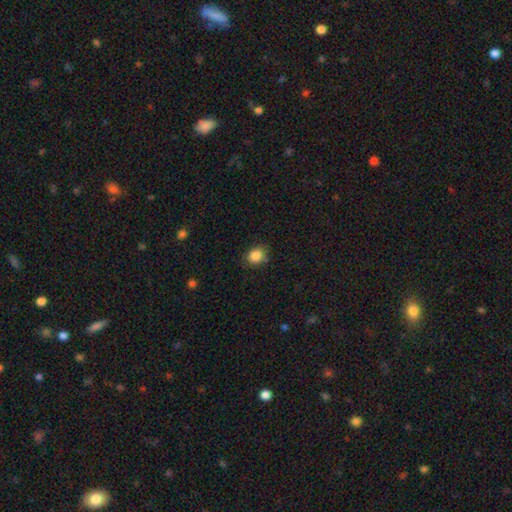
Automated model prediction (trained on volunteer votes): Overall: smooth (86%). How rounded: round (58%; in between 41%). Merging: none (80%).